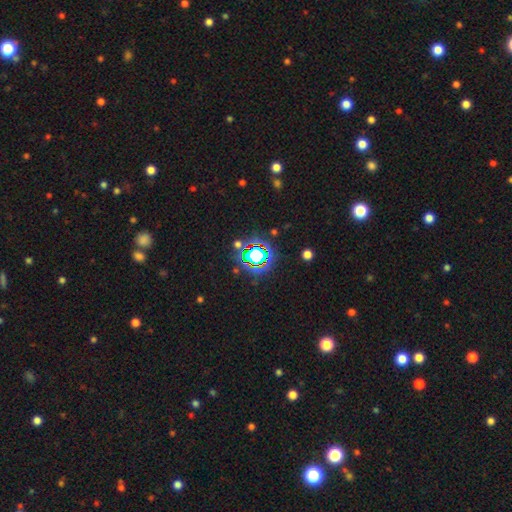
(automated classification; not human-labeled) Smooth or featured? star or artifact (62%)